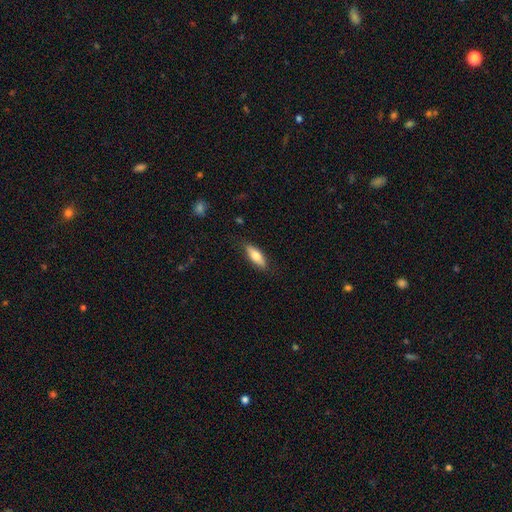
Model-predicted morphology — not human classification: Smooth or featured? smooth (70%)
How rounded? in between (63%)
Merging? none (83%)